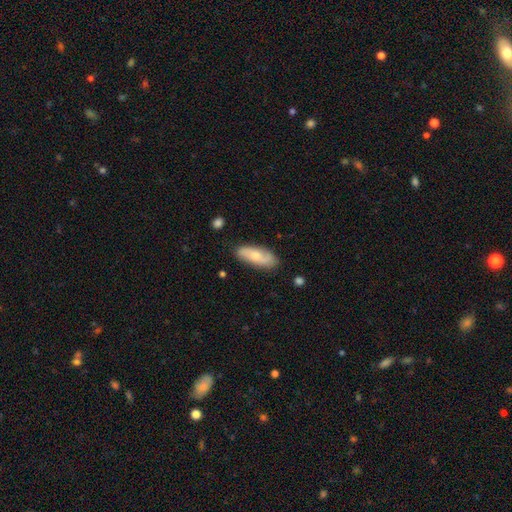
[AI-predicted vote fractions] Smooth or featured? Predicted: smooth (p=0.62). How rounded? Predicted: in between (p=0.69). Merging? Predicted: none (p=0.81).